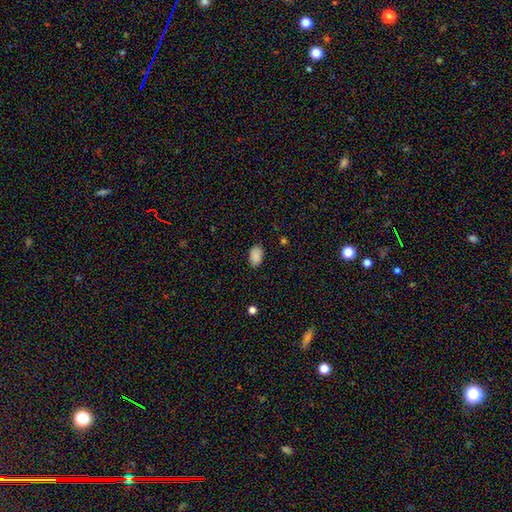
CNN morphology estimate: smooth_or_featured: smooth (p=0.86) [alt: star or artifact p=0.08]
how_rounded: in between (p=0.91) [alt: round p=0.08]
merging: none (p=0.82) [alt: minor disturbance p=0.14]